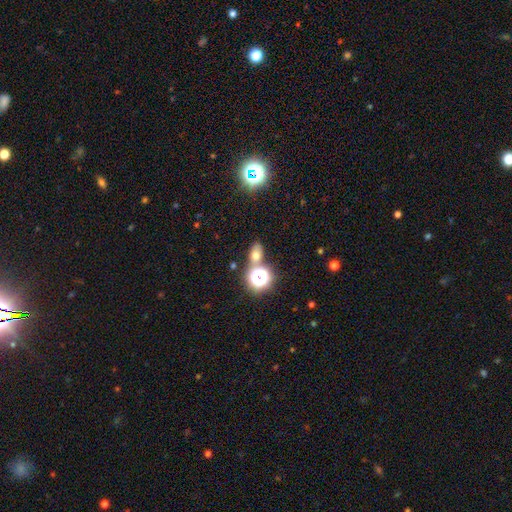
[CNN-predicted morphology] This is likely a smooth galaxy (62%). How rounded: likely in between (71%). Merging: likely none (68%).